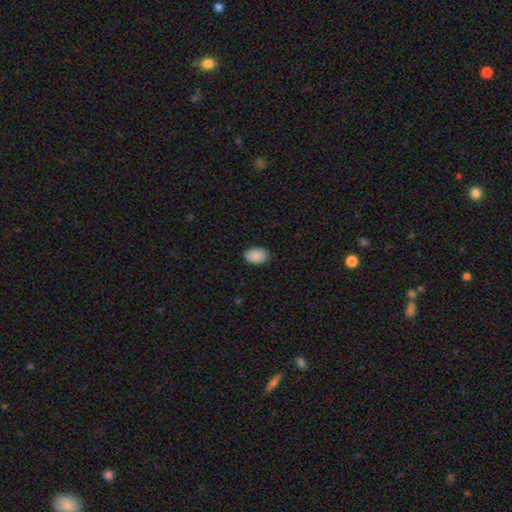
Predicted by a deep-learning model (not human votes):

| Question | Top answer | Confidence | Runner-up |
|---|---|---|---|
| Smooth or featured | smooth | 90% | star or artifact (7%) |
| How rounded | in between | 85% | round (14%) |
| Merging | none | 88% | minor disturbance (9%) |